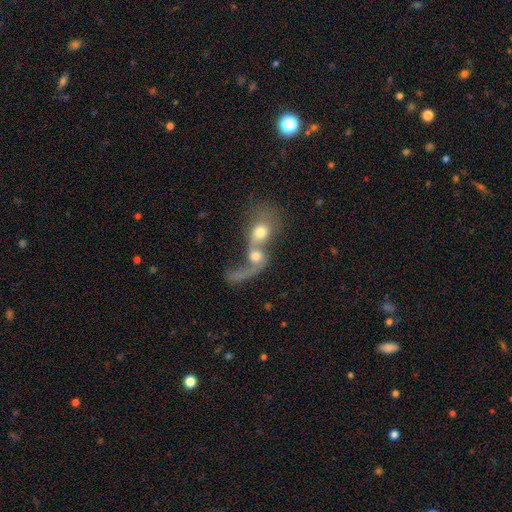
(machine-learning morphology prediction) A smooth galaxy with no disk features (48%).

Vote fractions:
- Smooth or featured? smooth: 48% / featured or disk: 42% / star or artifact: 10%
- Merging? merger: 81% / major disturbance: 9% / none: 7% / minor disturbance: 3%